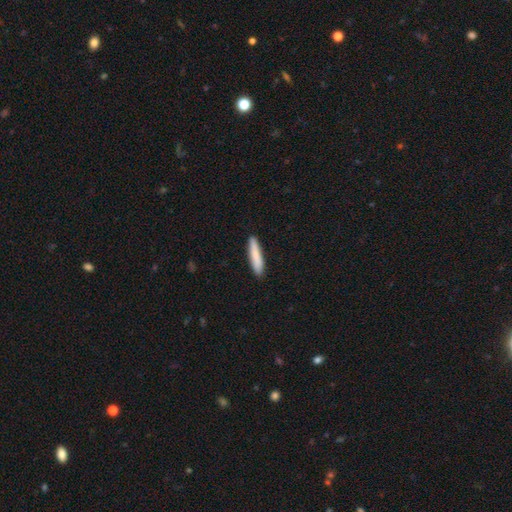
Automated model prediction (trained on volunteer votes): This is clearly a smooth galaxy (82%). How rounded: clearly cigar-shaped (88%). Merging: clearly none (90%).